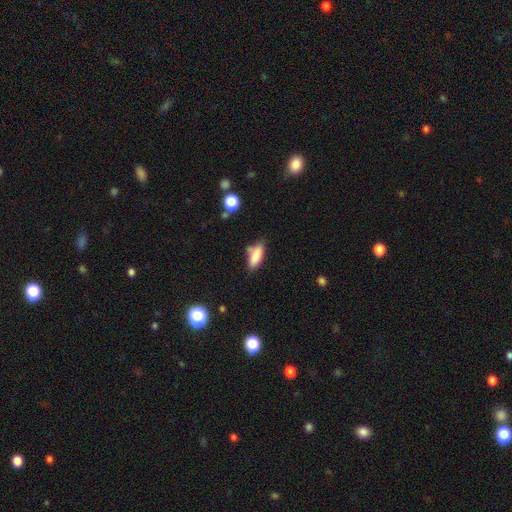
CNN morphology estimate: This appears to be a smooth galaxy with no disk features (80%) that is in between round and cigar-shaped (69%). Merging: none (65%).